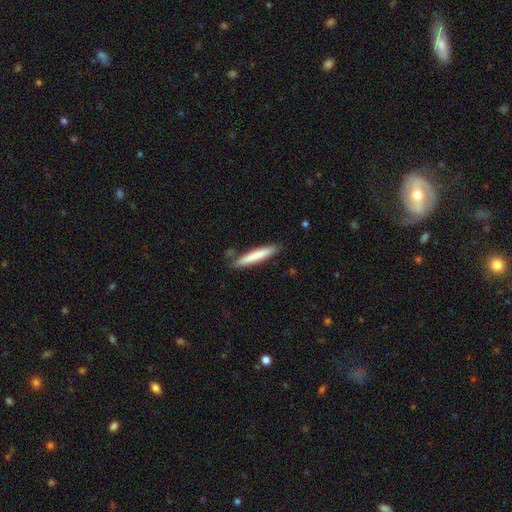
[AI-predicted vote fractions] Smooth or featured?
  - smooth: 77% *
  - featured or disk: 18%
  - star or artifact: 5%
How rounded?
  - cigar-shaped: 92% *
  - in between: 7%
  - round: 1%
Merging?
  - none: 81% *
  - minor disturbance: 13%
  - merger: 3%
  - major disturbance: 3%